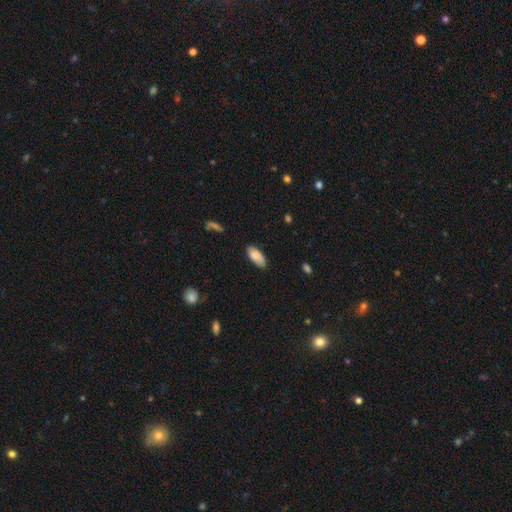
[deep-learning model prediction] A smooth galaxy with no disk features (85%) that is in between round and cigar-shaped (90%). Merging: none (77%).